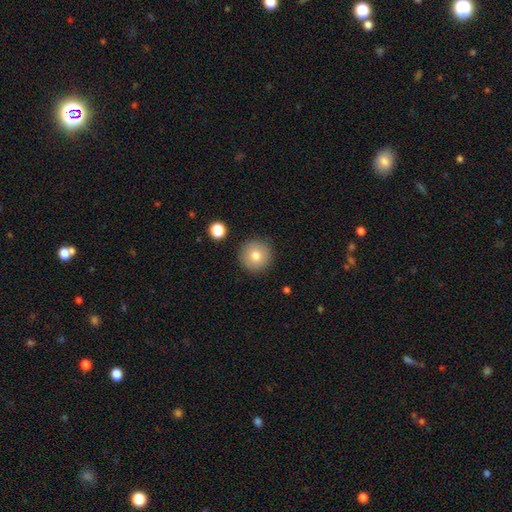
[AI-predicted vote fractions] A smooth galaxy with no disk features (78%) that is round (96%).

Vote fractions:
- Smooth or featured? smooth: 78% / featured or disk: 12% / star or artifact: 10%
- How rounded? round: 96% / in between: 3% / cigar-shaped: 1%
- Merging? none: 90% / minor disturbance: 6% / major disturbance: 2% / merger: 2%